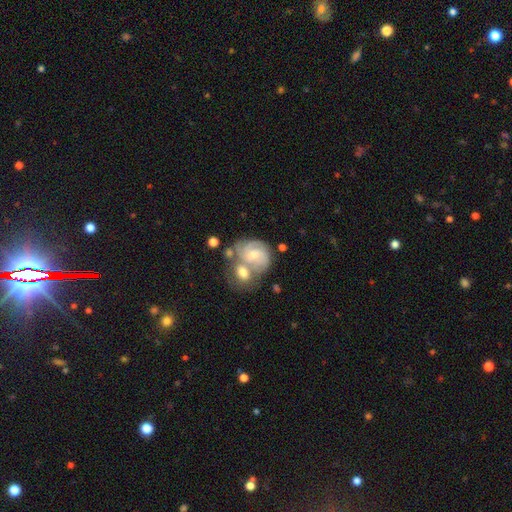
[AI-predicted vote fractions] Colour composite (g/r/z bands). It shows a featured or disk galaxy (50%). Merging: merger (44%).